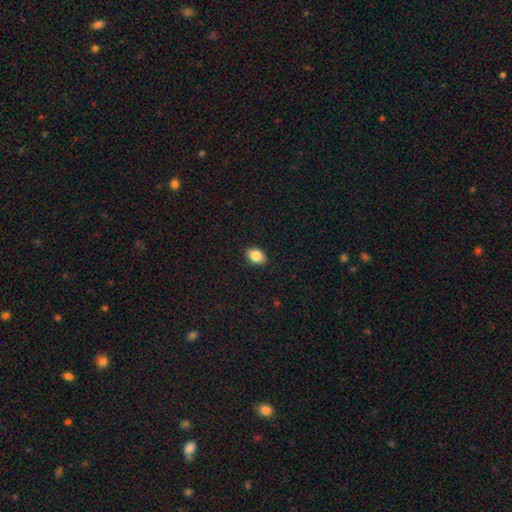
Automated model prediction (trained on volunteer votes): smooth-or-featured: smooth: 85% | star or artifact: 8% | featured or disk: 7%
  how-rounded: in between: 83% | round: 16% | cigar-shaped: 1%
  merging: none: 89% | minor disturbance: 8% | major disturbance: 2% | merger: 1%